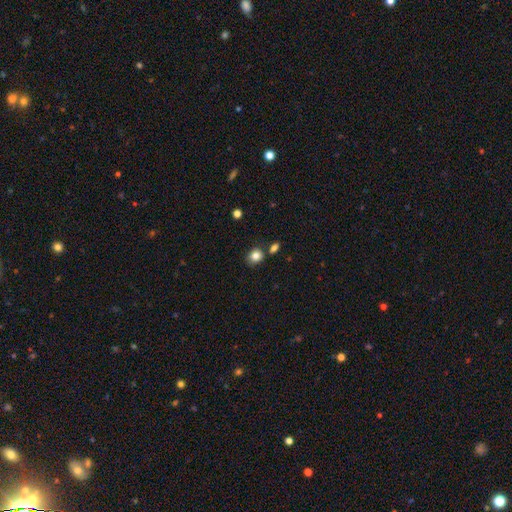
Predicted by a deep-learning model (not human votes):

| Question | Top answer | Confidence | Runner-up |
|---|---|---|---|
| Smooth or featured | smooth | 84% | star or artifact (11%) |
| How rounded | round | 70% | in between (29%) |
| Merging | none | 72% | minor disturbance (14%) |